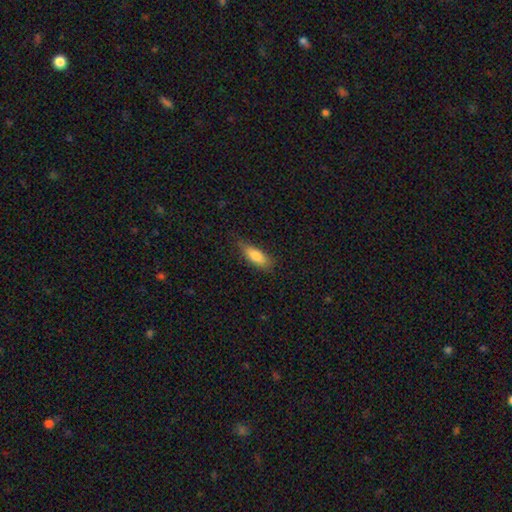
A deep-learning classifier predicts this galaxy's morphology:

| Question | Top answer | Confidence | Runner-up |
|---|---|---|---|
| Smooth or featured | smooth | 80% | featured or disk (13%) |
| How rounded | in between | 64% | cigar-shaped (34%) |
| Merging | none | 74% | minor disturbance (21%) |